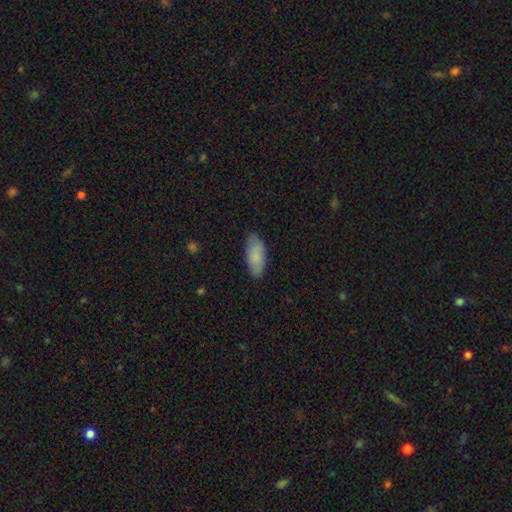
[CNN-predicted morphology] The model was most divided on "merging": none: 82%, minor disturbance: 14%, major disturbance: 3%, merger: 1%. More confident: smooth or featured — smooth (85%); how rounded — in between (84%).